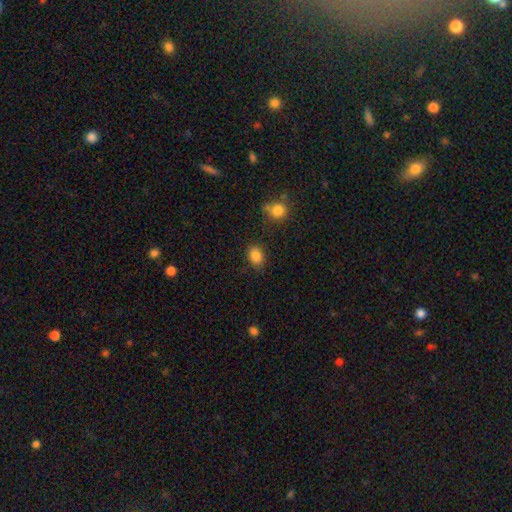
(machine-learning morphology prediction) A smooth galaxy with no disk features (86%) that is in between round and cigar-shaped (67%). Merging: none (79%).